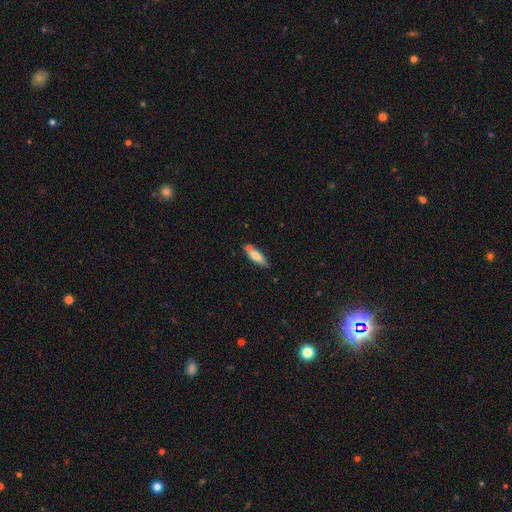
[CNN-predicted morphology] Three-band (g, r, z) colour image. It shows a smooth galaxy with no disk features (70%) that is cigar-shaped (56%). Merging: none (62%).